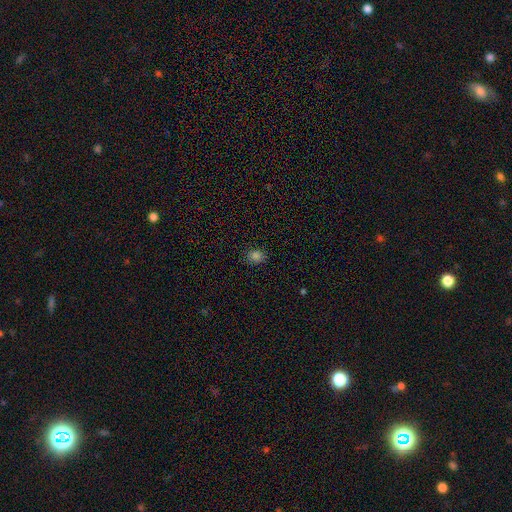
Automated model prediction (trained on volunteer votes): Morphology: type=smooth (80%); roundness=round (54%); merging=none (87%).